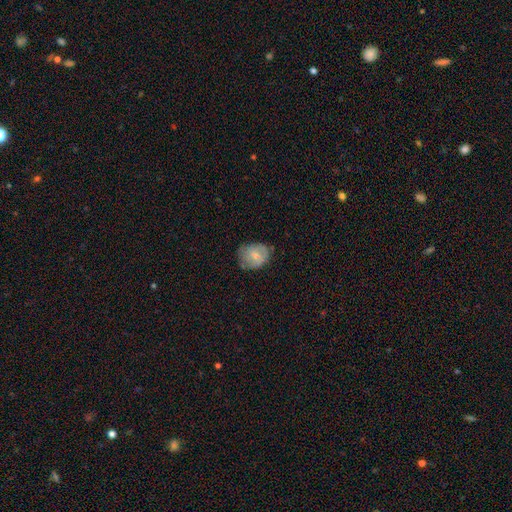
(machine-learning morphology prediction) This is possibly a smooth galaxy (56%). How rounded: possibly in between (53%). Merging: likely none (60%).